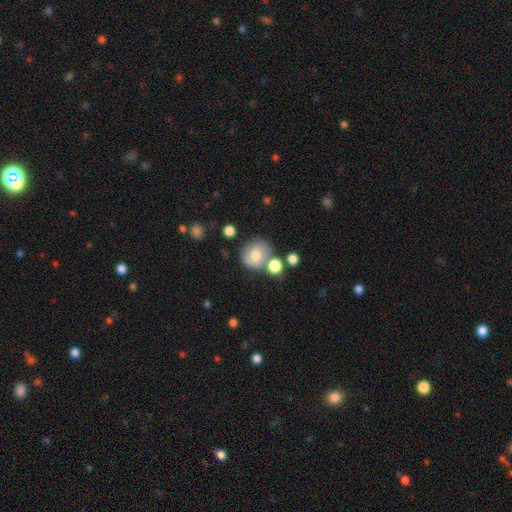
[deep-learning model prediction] This appears to be a smooth galaxy with no disk features (66%) that is round (83%). Merging: none (59%).